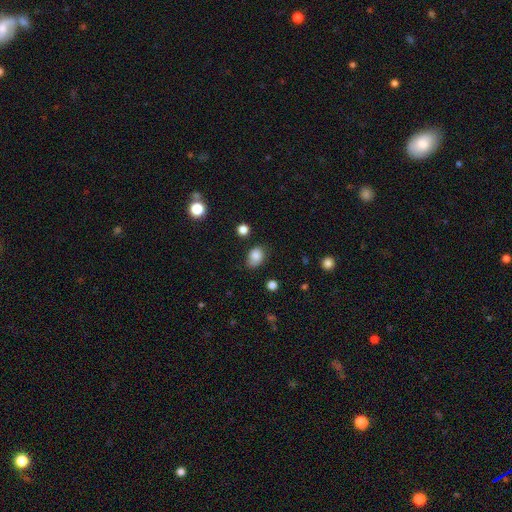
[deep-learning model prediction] smooth 82%, star or artifact 10%, featured or disk 8%. Down the decision tree: how rounded — in between (64%); merging — none (60%).